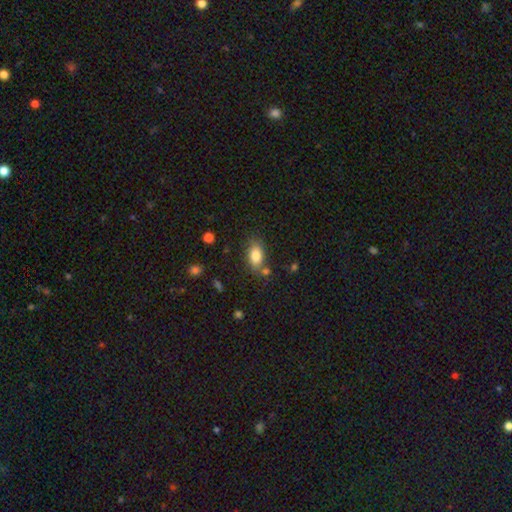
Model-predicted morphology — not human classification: Overall: smooth (82%). How rounded: in between (89%). Merging: none (71%).